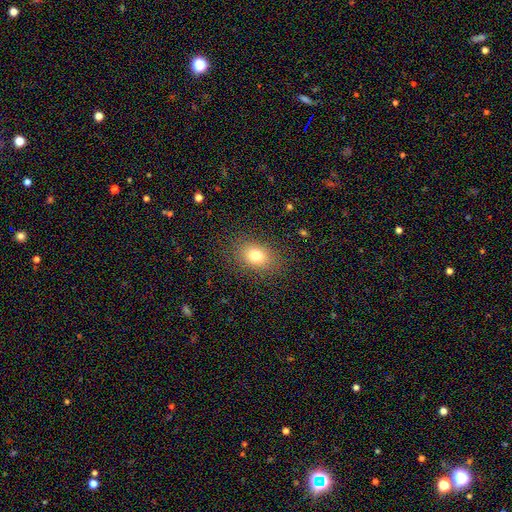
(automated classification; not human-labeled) smooth 76%, star or artifact 13%, featured or disk 11%. Down the decision tree: how rounded — in between (65%); merging — none (85%).